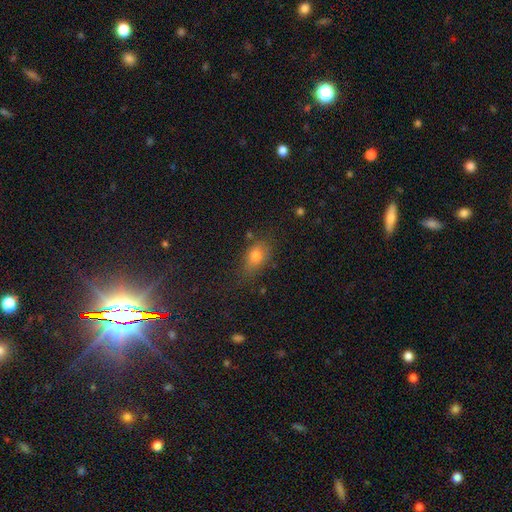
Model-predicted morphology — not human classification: Q: Smooth or featured?
A: smooth (75%); runner-up: star or artifact (13%)
Q: How rounded?
A: in between (78%); runner-up: round (18%)
Q: Merging?
A: none (67%); runner-up: minor disturbance (22%)